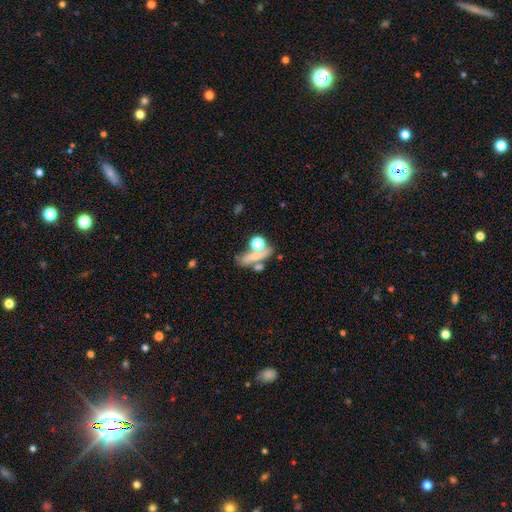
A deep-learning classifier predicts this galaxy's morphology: Q: Smooth or featured?
A: smooth (54%); runner-up: featured or disk (28%)
Q: How rounded?
A: in between (48%); runner-up: round (28%)
Q: Merging?
A: merger (38%); runner-up: none (37%)